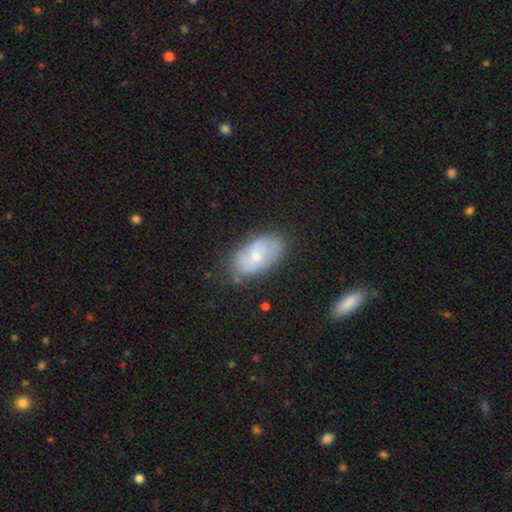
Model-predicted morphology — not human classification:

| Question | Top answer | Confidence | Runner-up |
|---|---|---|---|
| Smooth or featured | smooth | 55% | featured or disk (38%) |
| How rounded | in between | 92% | round (5%) |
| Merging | none | 74% | minor disturbance (20%) |